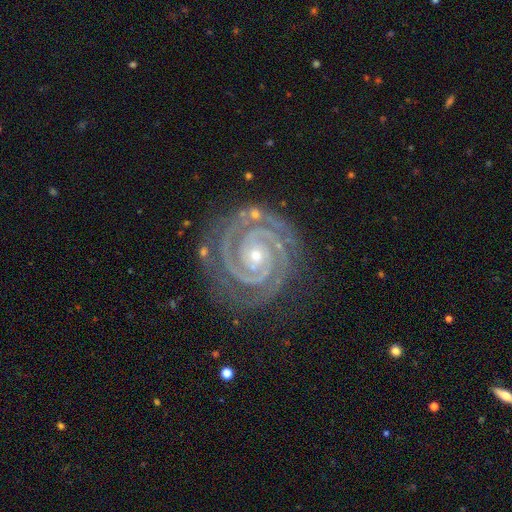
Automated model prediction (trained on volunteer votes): Smooth or featured? featured or disk (93%)
Edge-on disk? no (98%)
Bar? no (68%)
Spiral arms? yes (99%)
Spiral winding? tight (88%)
Spiral arm count? 2 (80%)
Bulge size? small (77%)
Merging? none (84%)